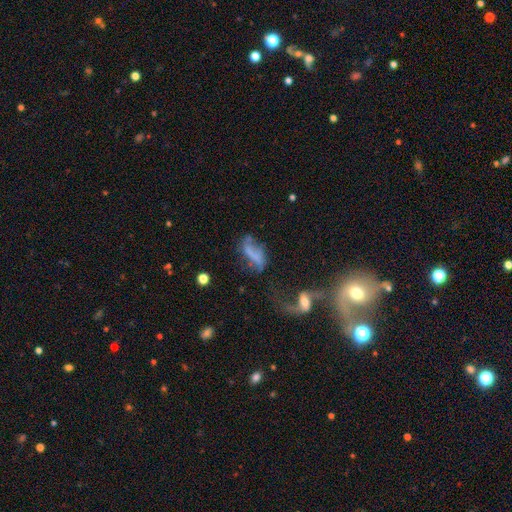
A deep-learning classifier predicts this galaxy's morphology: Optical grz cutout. It shows a featured or disk galaxy (48%). Merging: major disturbance (34%).